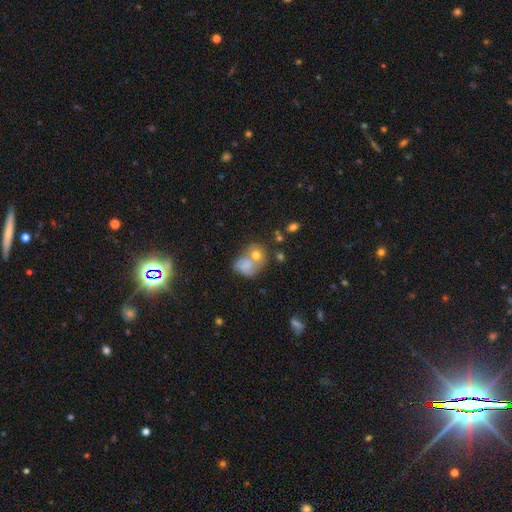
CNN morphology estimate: smooth 52%, star or artifact 27%, featured or disk 20%. Down the decision tree: how rounded — round (64%); merging — merger (52%).